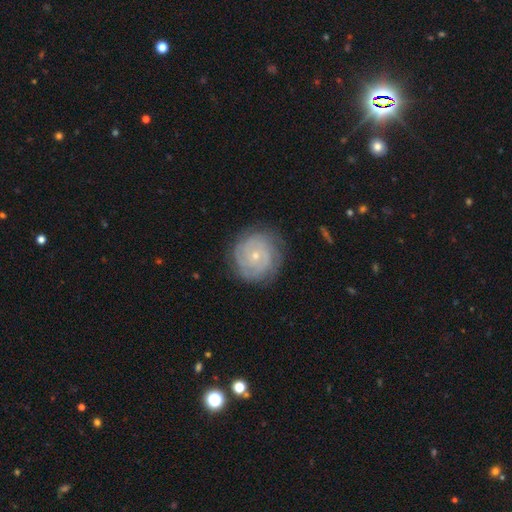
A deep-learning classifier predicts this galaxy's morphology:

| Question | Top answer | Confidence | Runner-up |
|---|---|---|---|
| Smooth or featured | featured or disk | 76% | smooth (17%) |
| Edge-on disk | no | 98% | yes (2%) |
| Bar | no | 81% | weak (16%) |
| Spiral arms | yes | 92% | no (8%) |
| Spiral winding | tight | 79% | medium (17%) |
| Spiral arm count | can't tell | 35% | 3 (21%) |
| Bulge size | small | 77% | moderate (20%) |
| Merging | none | 82% | minor disturbance (13%) |